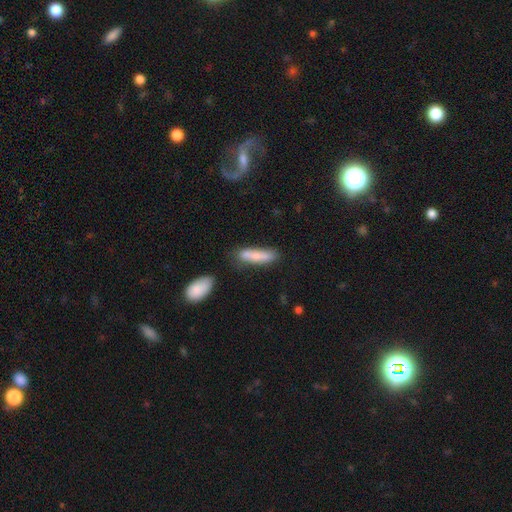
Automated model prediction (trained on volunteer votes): Overall: smooth (73%). How rounded: cigar-shaped (69%; in between 29%). Merging: none (55%; minor disturbance 21%).